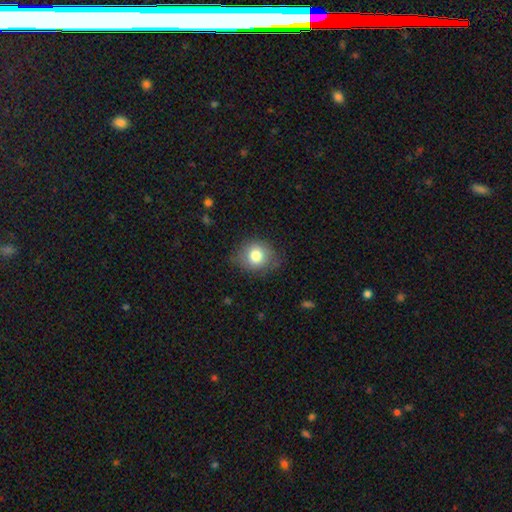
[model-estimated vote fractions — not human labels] smooth_or_featured: smooth (p=0.80) [alt: featured or disk p=0.11]
how_rounded: round (p=0.75) [alt: in between p=0.24]
merging: none (p=0.75) [alt: minor disturbance p=0.19]